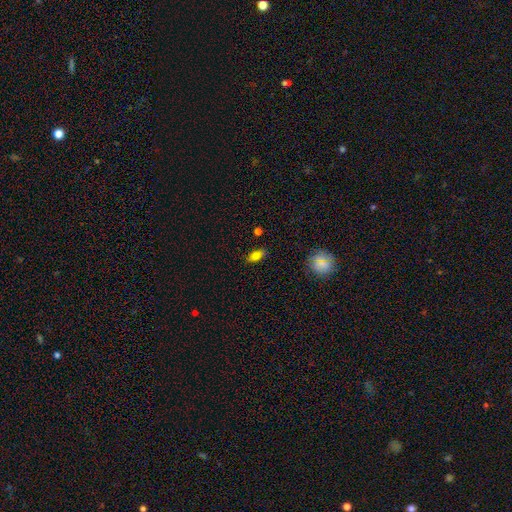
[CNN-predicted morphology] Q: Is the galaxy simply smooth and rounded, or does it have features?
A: smooth — 77%.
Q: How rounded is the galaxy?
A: in between — 84%.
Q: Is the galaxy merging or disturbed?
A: none — 79%.